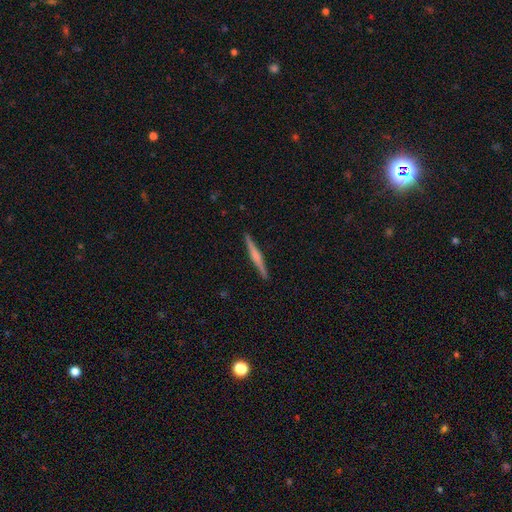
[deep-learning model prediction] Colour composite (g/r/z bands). It shows a featured or disk galaxy (65%) viewed edge-on (98%) with a rounded central bulge (55%). Merging: none (92%).